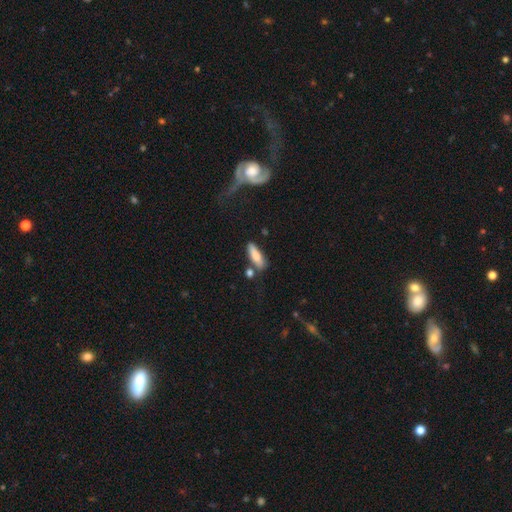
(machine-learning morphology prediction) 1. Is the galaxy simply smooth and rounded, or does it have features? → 74% smooth, 19% featured or disk, 7% star or artifact.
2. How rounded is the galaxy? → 50% cigar-shaped, 48% in between, 2% round.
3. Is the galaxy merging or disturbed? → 68% none, 16% minor disturbance, 11% merger, 4% major disturbance.